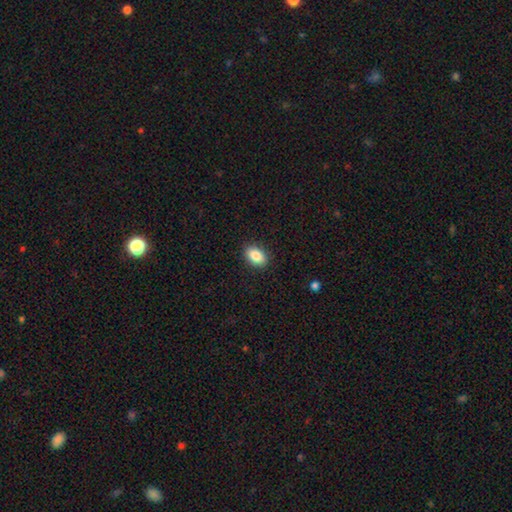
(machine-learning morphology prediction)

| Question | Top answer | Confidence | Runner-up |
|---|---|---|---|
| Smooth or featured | smooth | 86% | star or artifact (8%) |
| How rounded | in between | 87% | round (12%) |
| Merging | none | 89% | minor disturbance (8%) |